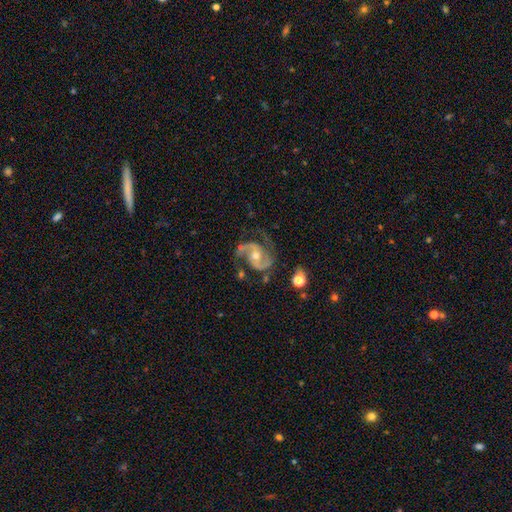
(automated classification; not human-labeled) Q: Smooth or featured?
A: featured or disk (90%); runner-up: star or artifact (5%)
Q: Edge-on disk?
A: no (98%); runner-up: yes (2%)
Q: Bar?
A: no (55%); runner-up: weak (33%)
Q: Spiral arms?
A: yes (97%); runner-up: no (3%)
Q: Spiral winding?
A: medium (56%); runner-up: loose (24%)
Q: Spiral arm count?
A: 2 (89%); runner-up: 1 (3%)
Q: Bulge size?
A: moderate (63%); runner-up: small (32%)
Q: Merging?
A: none (60%); runner-up: minor disturbance (21%)